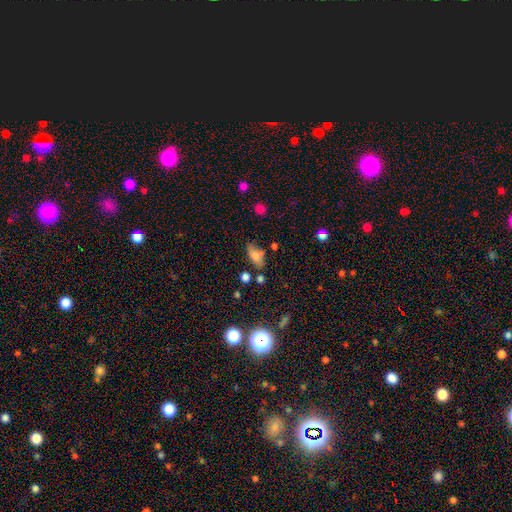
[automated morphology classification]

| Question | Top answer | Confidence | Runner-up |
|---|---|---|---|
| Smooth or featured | smooth | 73% | featured or disk (15%) |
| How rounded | in between | 83% | cigar-shaped (11%) |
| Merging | none | 57% | minor disturbance (25%) |